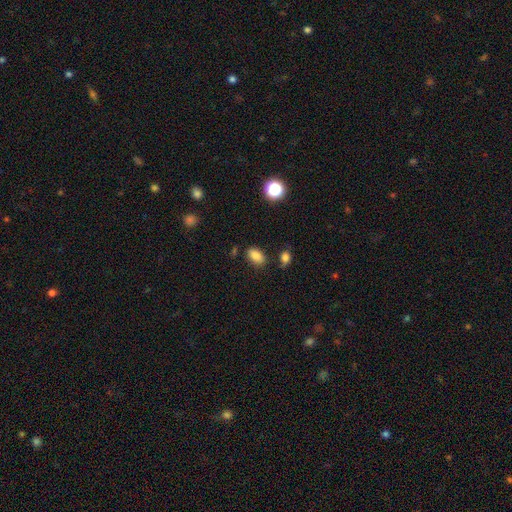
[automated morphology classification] Smooth or featured? Predicted: smooth (p=0.84). How rounded? Predicted: in between (p=0.89). Merging? Predicted: none (p=0.82).